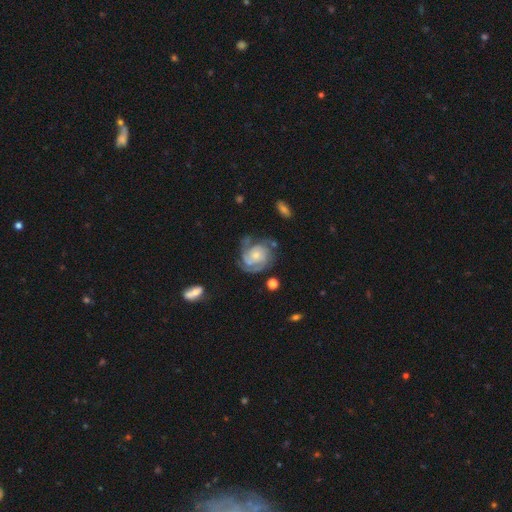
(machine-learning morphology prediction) This appears to be a featured or disk galaxy (87%) with no bar (73%), 3 (36%) tight (61%) spiral arms (97%) and a small central bulge (60%). Merging: none (64%).